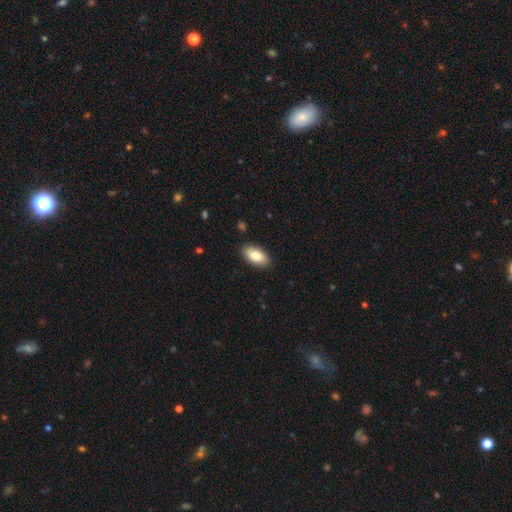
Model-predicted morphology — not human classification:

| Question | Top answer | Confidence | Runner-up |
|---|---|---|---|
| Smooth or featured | smooth | 83% | featured or disk (11%) |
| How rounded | in between | 94% | cigar-shaped (3%) |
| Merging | none | 89% | minor disturbance (8%) |